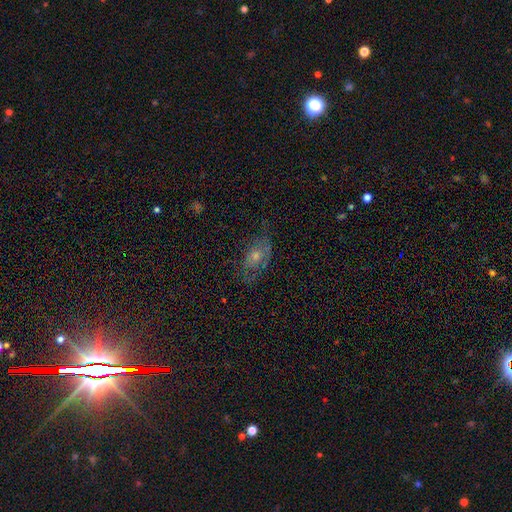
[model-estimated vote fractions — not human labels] Smooth or featured?
  - featured or disk: 49% *
  - smooth: 30%
  - star or artifact: 21%
Merging?
  - none: 67% *
  - minor disturbance: 20%
  - major disturbance: 11%
  - merger: 2%